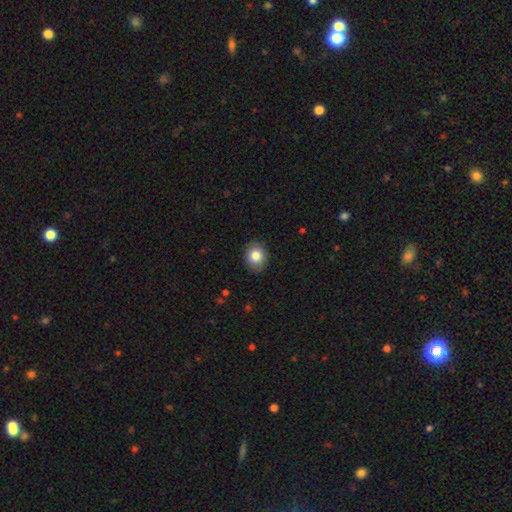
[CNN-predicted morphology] Overall: smooth (83%). How rounded: round (51%; in between 48%). Merging: none (88%).